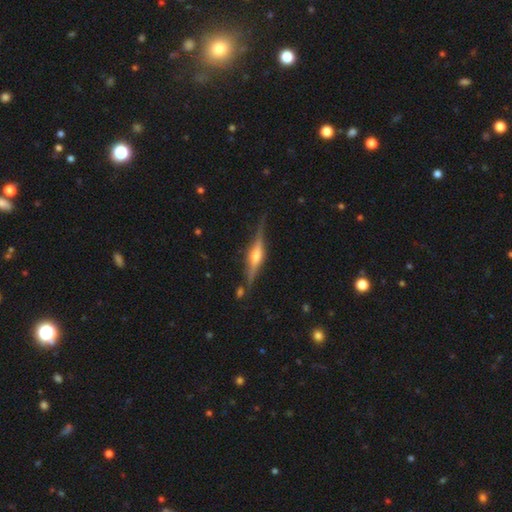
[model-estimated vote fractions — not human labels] Q: Smooth or featured?
A: featured or disk (82%); runner-up: smooth (12%)
Q: Edge-on disk?
A: yes (97%); runner-up: no (3%)
Q: Edge-on bulge?
A: rounded (87%); runner-up: boxy (10%)
Q: Merging?
A: none (84%); runner-up: minor disturbance (11%)